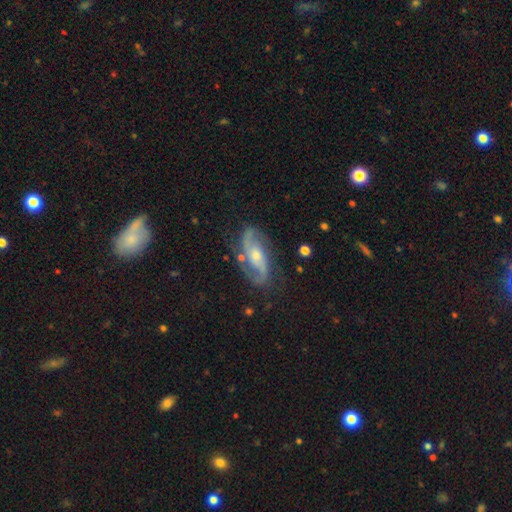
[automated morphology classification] smooth_or_featured: featured or disk (p=0.86) [alt: smooth p=0.08]
disk_edge_on: no (p=0.95) [alt: yes p=0.05]
bar: no (p=0.48) [alt: weak p=0.38]
has_spiral_arms: yes (p=0.97) [alt: no p=0.03]
spiral_winding: medium (p=0.51) [alt: loose p=0.25]
spiral_arm_count: 2 (p=0.89) [alt: can't tell p=0.04]
bulge_size: moderate (p=0.49) [alt: small p=0.40]
merging: none (p=0.76) [alt: minor disturbance p=0.16]